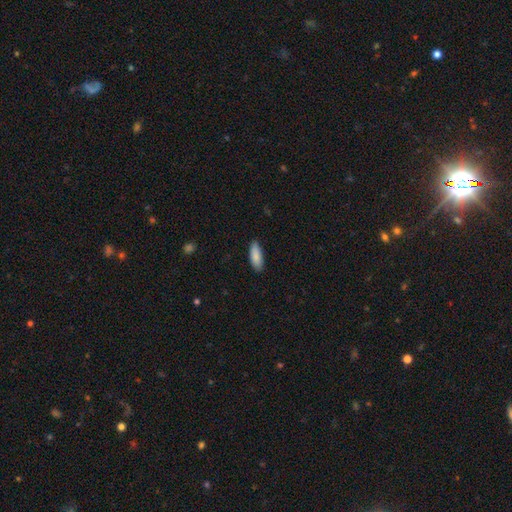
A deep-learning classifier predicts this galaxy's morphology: This is clearly a smooth galaxy (87%). How rounded: likely in between (74%). Merging: clearly none (87%).